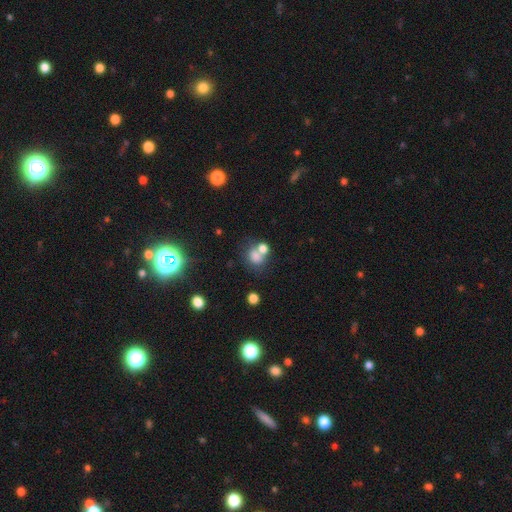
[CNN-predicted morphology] smooth_or_featured: smooth (p=0.72) [alt: star or artifact p=0.15]
how_rounded: round (p=0.55) [alt: in between p=0.44]
merging: merger (p=0.47) [alt: none p=0.35]